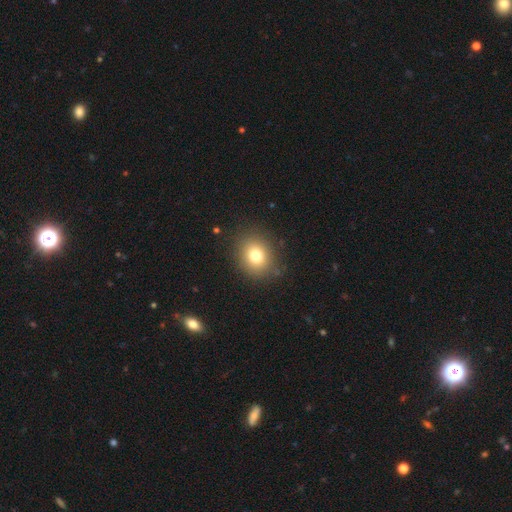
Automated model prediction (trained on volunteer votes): This appears to be a smooth galaxy with no disk features (78%) that is round (66%). Merging: none (86%).